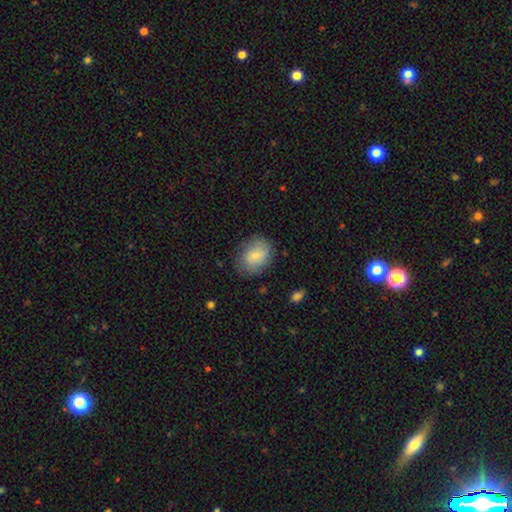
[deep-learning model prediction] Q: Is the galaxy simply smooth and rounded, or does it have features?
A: smooth — 75%.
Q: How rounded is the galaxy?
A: in between — 56%.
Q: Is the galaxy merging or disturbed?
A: none — 75%.